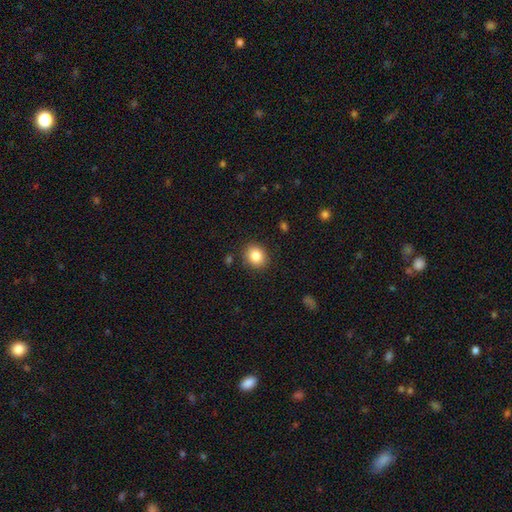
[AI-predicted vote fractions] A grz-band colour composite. It shows a smooth galaxy with no disk features (84%) that is round (68%). Merging: none (88%).